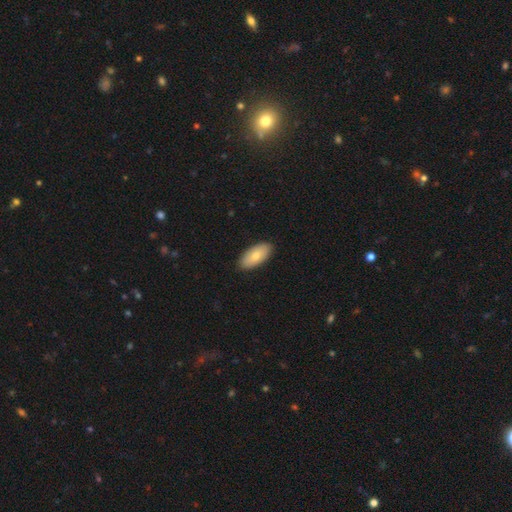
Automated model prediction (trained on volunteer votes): smooth_or_featured: smooth (p=0.76) [alt: featured or disk p=0.18]
how_rounded: in between (p=0.92) [alt: cigar-shaped p=0.06]
merging: none (p=0.89) [alt: minor disturbance p=0.09]